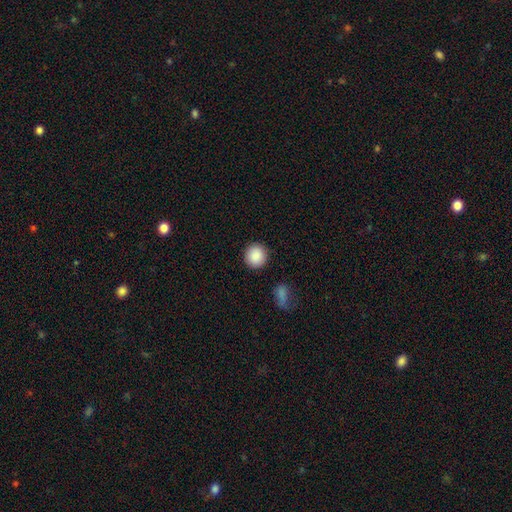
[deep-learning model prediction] Smooth or featured? Predicted: smooth (p=0.89). How rounded? Predicted: round (p=0.91). Merging? Predicted: none (p=0.90).